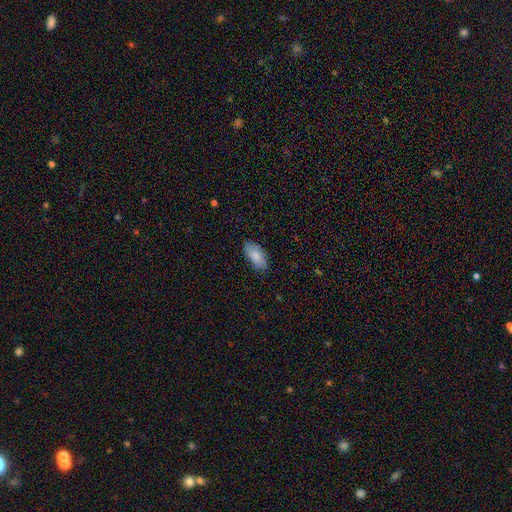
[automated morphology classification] Smooth or featured? smooth (83%)
How rounded? in between (93%)
Merging? none (80%)